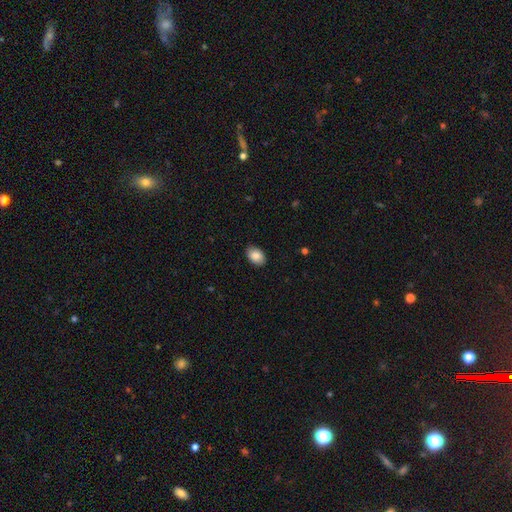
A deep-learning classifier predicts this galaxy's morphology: Smooth or featured?
  - smooth: 87% *
  - star or artifact: 7%
  - featured or disk: 6%
How rounded?
  - in between: 85% *
  - round: 13%
  - cigar-shaped: 1%
Merging?
  - none: 89% *
  - minor disturbance: 9%
  - major disturbance: 2%
  - merger: 1%